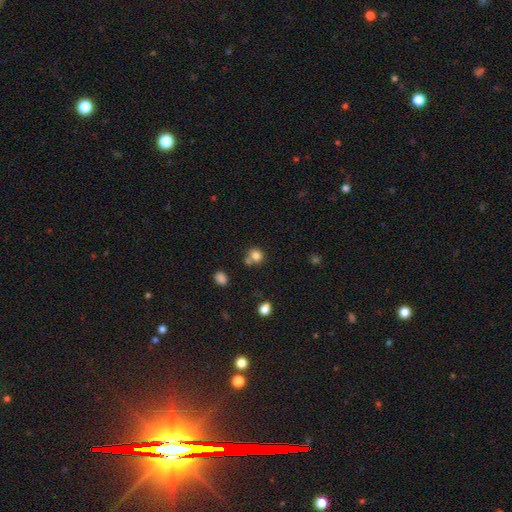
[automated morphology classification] This appears to be a smooth galaxy with no disk features (81%) that is round (80%). Merging: none (57%).